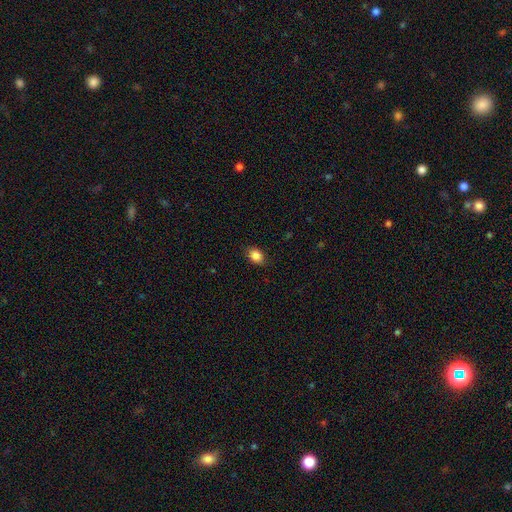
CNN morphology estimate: A smooth galaxy with no disk features (86%) that is in between round and cigar-shaped (70%). Merging: none (84%).